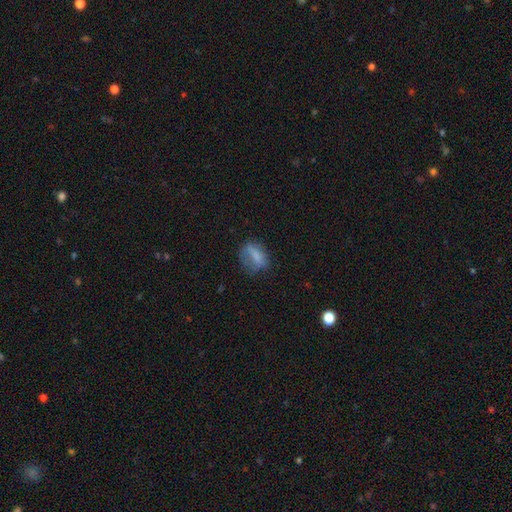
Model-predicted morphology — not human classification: Smooth or featured? smooth (67%)
How rounded? in between (69%)
Merging? none (52%)